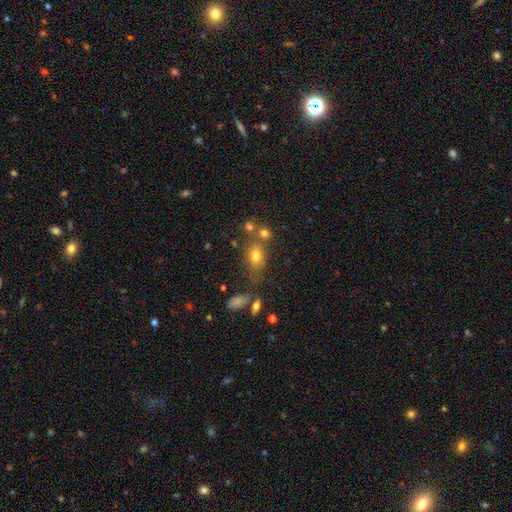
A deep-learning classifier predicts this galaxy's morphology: This is likely a smooth galaxy (71%). How rounded: likely in between (71%). Merging: possibly none (58%).